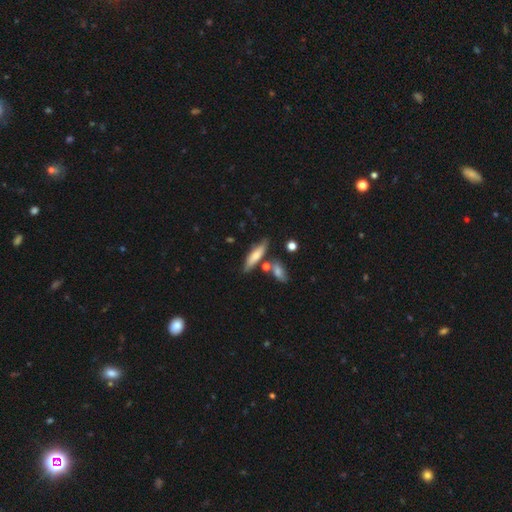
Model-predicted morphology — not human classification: A smooth galaxy with no disk features (66%) that is cigar-shaped (65%).

Vote fractions:
- Smooth or featured? smooth: 66% / featured or disk: 28% / star or artifact: 7%
- How rounded? cigar-shaped: 65% / in between: 33% / round: 2%
- Merging? none: 70% / minor disturbance: 15% / merger: 11% / major disturbance: 4%